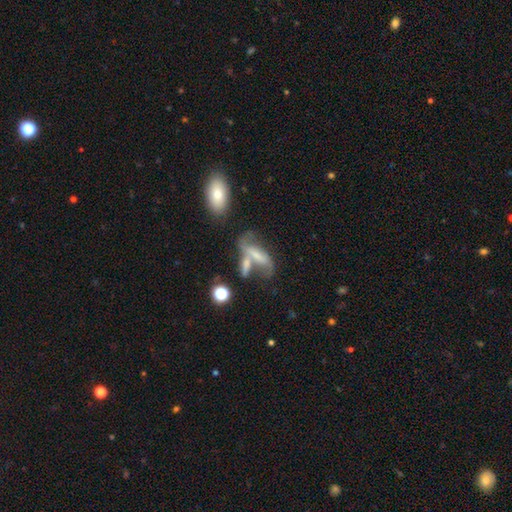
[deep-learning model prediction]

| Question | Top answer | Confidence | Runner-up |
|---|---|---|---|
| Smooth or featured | smooth | 47% | featured or disk (42%) |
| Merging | merger | 45% | none (25%) |